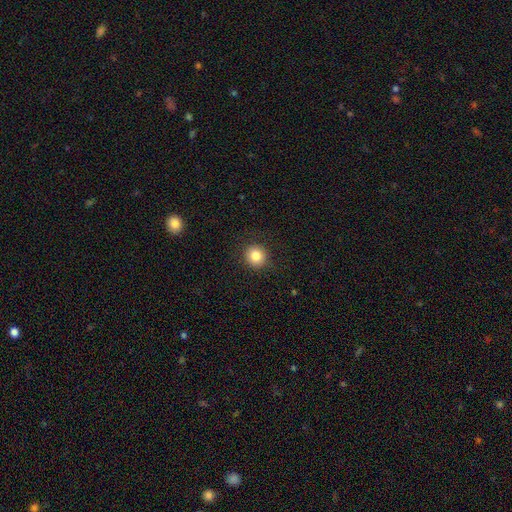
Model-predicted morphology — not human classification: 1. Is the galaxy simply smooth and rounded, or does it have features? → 83% smooth, 10% star or artifact, 6% featured or disk.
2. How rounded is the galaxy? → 92% round, 7% in between, 1% cigar-shaped.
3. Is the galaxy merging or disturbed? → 91% none, 6% minor disturbance, 2% major disturbance, 1% merger.